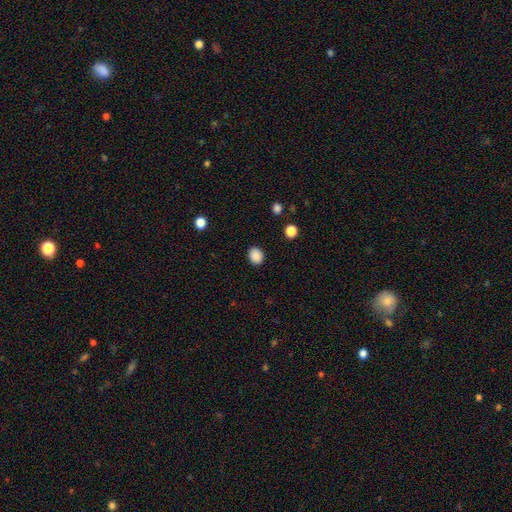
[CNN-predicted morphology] smooth_or_featured: smooth (p=0.88) [alt: star or artifact p=0.09]
how_rounded: round (p=0.53) [alt: in between p=0.46]
merging: none (p=0.89) [alt: minor disturbance p=0.08]